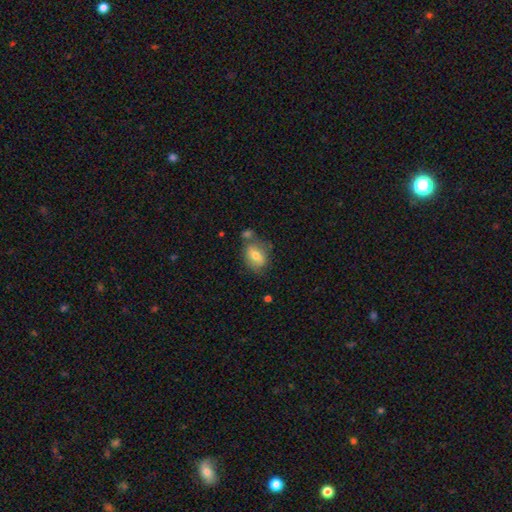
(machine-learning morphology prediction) This is likely a smooth galaxy (67%). How rounded: likely in between (77%). Merging: possibly none (56%).